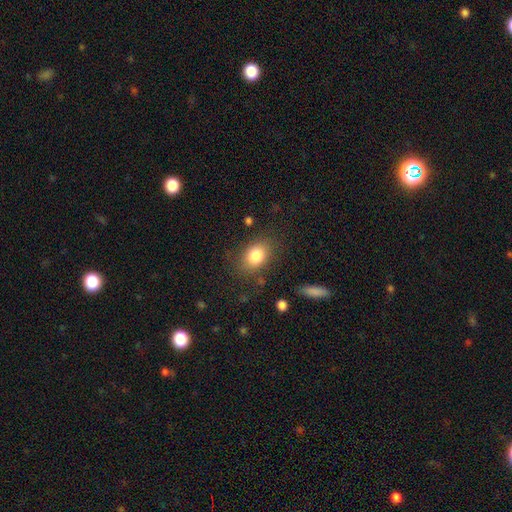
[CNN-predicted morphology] Q: Smooth or featured?
A: smooth (82%); runner-up: star or artifact (9%)
Q: How rounded?
A: in between (70%); runner-up: round (29%)
Q: Merging?
A: none (79%); runner-up: minor disturbance (14%)